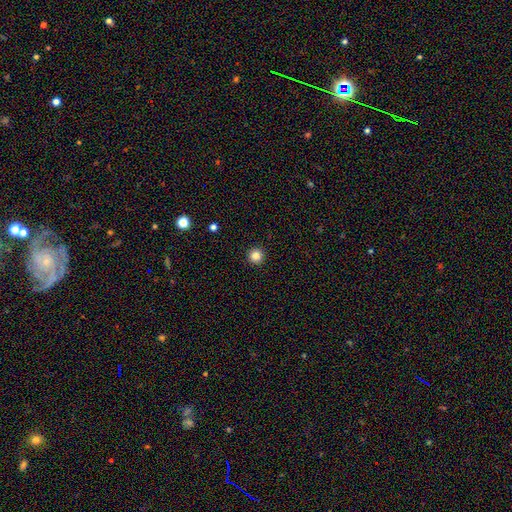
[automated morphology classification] Smooth or featured? smooth (84%)
How rounded? round (96%)
Merging? none (94%)